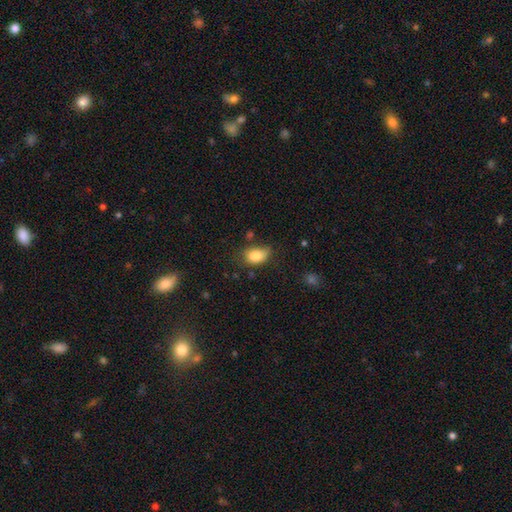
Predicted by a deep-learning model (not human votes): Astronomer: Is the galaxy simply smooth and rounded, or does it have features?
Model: smooth — 84%.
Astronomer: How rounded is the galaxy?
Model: in between — 81%.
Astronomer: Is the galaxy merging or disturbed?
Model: none — 60%.